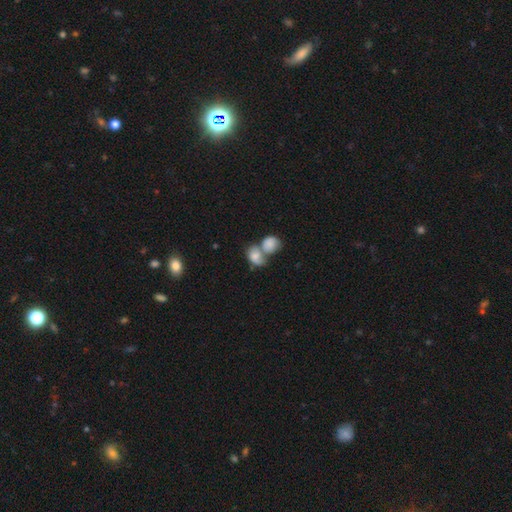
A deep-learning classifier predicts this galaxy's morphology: smooth-or-featured: smooth: 71% | featured or disk: 20% | star or artifact: 9%
  how-rounded: in between: 51% | round: 47% | cigar-shaped: 2%
  merging: merger: 67% | none: 20% | minor disturbance: 8% | major disturbance: 5%